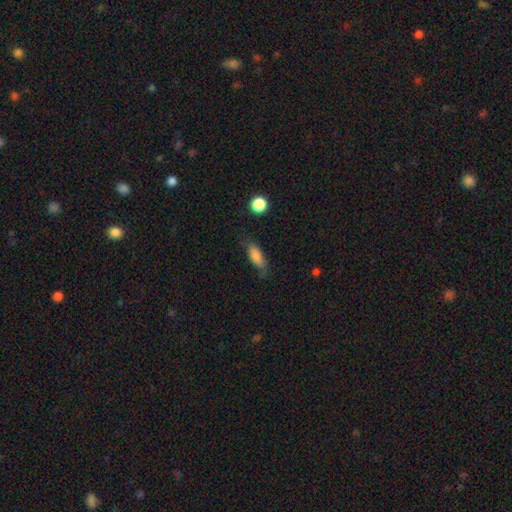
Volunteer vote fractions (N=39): Q: Smooth or featured?
A: smooth (82%); runner-up: featured or disk (10%)
Q: How rounded?
A: in between (50%); runner-up: cigar-shaped (47%)
Q: Merging?
A: none (67%); runner-up: minor disturbance (33%)